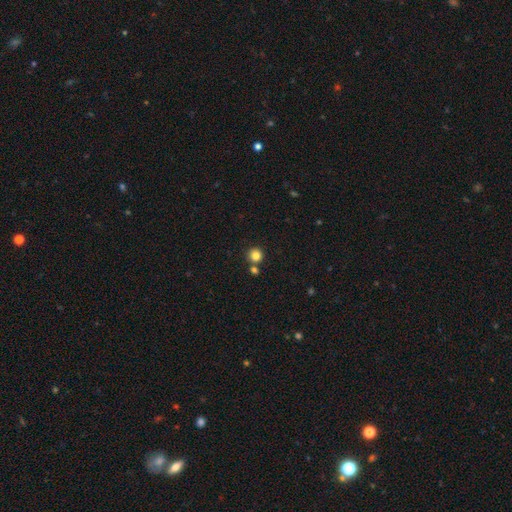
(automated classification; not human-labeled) This is clearly a smooth galaxy (83%). How rounded: clearly round (94%). Merging: likely none (76%).